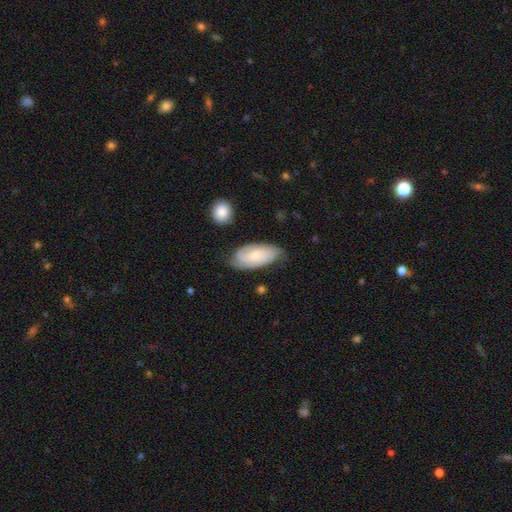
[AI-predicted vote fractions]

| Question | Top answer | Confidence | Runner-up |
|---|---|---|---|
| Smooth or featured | featured or disk | 63% | smooth (31%) |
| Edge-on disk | no | 94% | yes (6%) |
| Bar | no | 60% | weak (34%) |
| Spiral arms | yes | 93% | no (7%) |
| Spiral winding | tight | 54% | medium (35%) |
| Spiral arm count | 2 | 51% | can't tell (26%) |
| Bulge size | small | 51% | moderate (38%) |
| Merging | none | 68% | minor disturbance (24%) |